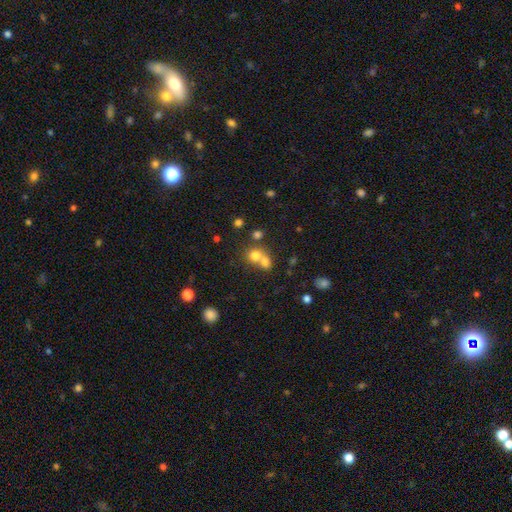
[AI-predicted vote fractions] This is likely a smooth galaxy (73%). How rounded: likely round (78%). Merging: possibly merger (55%).